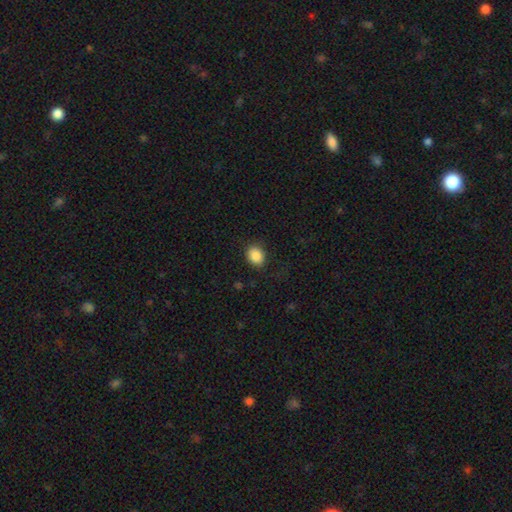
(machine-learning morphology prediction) A smooth galaxy with no disk features (88%) that is in between round and cigar-shaped (52%). Merging: none (84%).